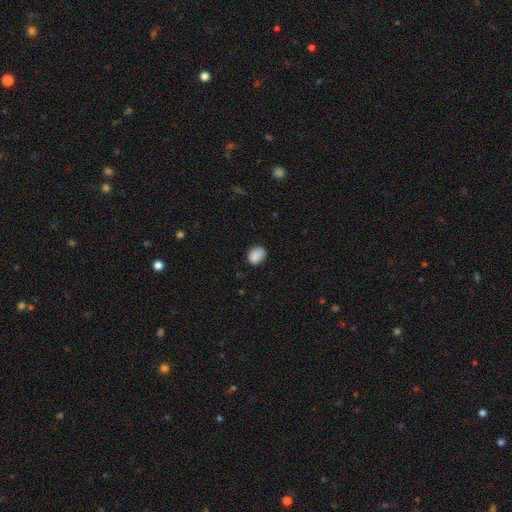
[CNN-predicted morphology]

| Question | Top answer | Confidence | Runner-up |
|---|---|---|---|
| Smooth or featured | smooth | 88% | star or artifact (8%) |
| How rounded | in between | 63% | round (36%) |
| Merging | none | 76% | minor disturbance (19%) |